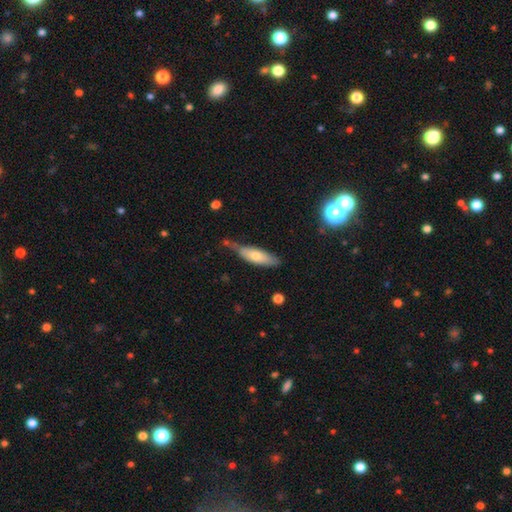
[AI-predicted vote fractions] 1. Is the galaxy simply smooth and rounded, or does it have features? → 63% smooth, 30% featured or disk, 6% star or artifact.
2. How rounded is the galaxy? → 54% cigar-shaped, 44% in between, 2% round.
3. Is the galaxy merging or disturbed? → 55% none, 29% minor disturbance, 8% merger, 7% major disturbance.